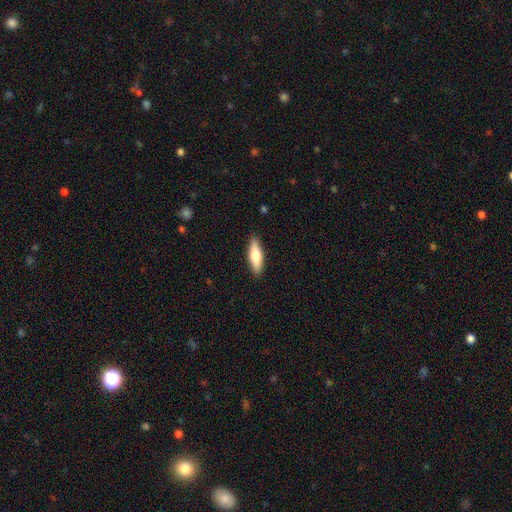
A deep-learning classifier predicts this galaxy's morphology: smooth_or_featured: smooth (p=0.66) [alt: featured or disk p=0.29]
how_rounded: cigar-shaped (p=0.53) [alt: in between p=0.45]
merging: none (p=0.89) [alt: minor disturbance p=0.09]